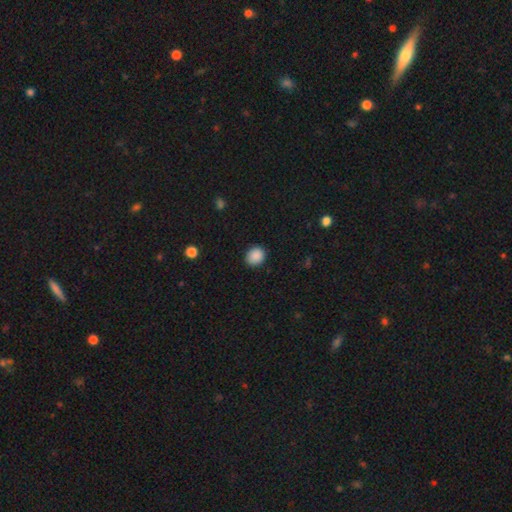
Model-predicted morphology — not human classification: This is clearly a smooth galaxy (89%). How rounded: likely round (73%). Merging: clearly none (88%).